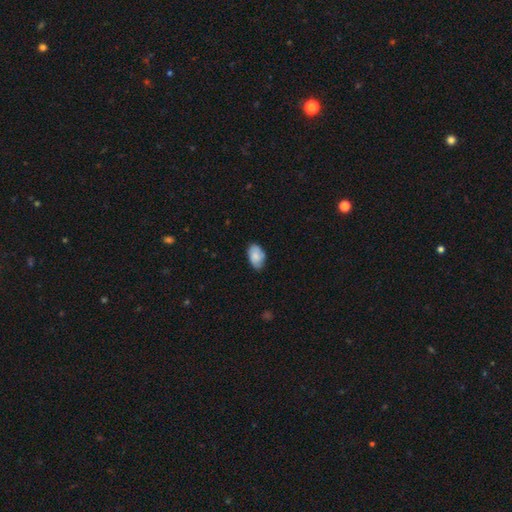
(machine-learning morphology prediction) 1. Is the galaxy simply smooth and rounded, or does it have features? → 71% smooth, 22% featured or disk, 7% star or artifact.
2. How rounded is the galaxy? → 90% in between, 8% round, 1% cigar-shaped.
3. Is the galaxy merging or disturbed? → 73% none, 23% minor disturbance, 3% major disturbance, 1% merger.